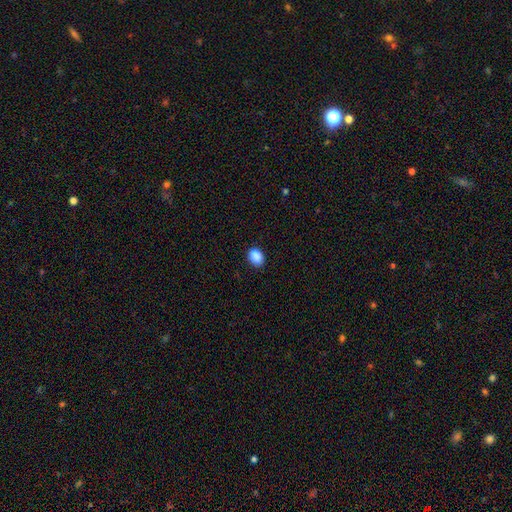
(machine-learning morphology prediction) Smooth or featured: smooth — 88% (star or artifact — 9%)
How rounded: in between — 72% (round — 27%)
Merging: none — 83% (minor disturbance — 13%)